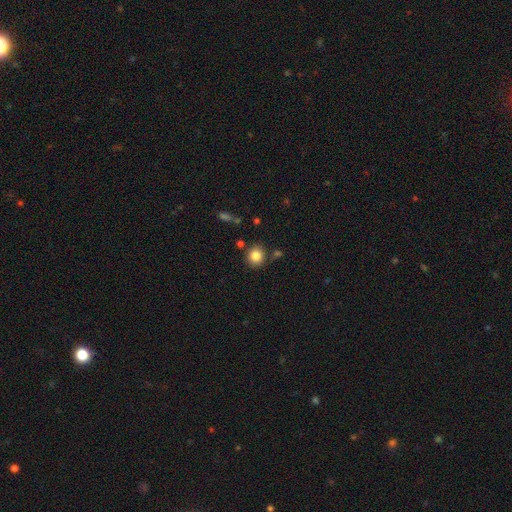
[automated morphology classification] A smooth galaxy with no disk features (83%) that is round (85%).

Vote fractions:
- Smooth or featured? smooth: 83% / star or artifact: 10% / featured or disk: 7%
- How rounded? round: 85% / in between: 15% / cigar-shaped: 1%
- Merging? none: 81% / minor disturbance: 10% / merger: 6% / major disturbance: 3%